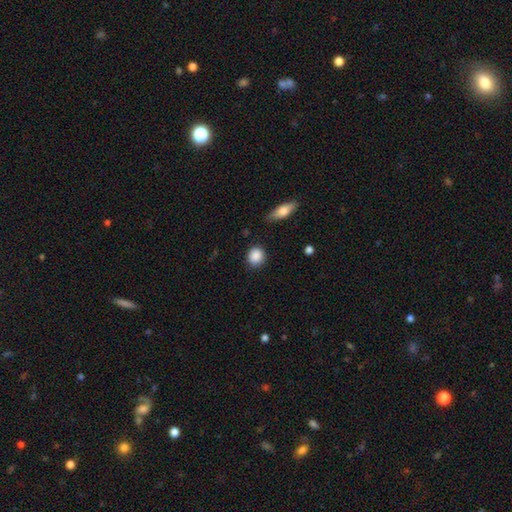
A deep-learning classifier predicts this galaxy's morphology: Smooth or featured? Predicted: smooth (p=0.88). How rounded? Predicted: round (p=0.82). Merging? Predicted: none (p=0.85).